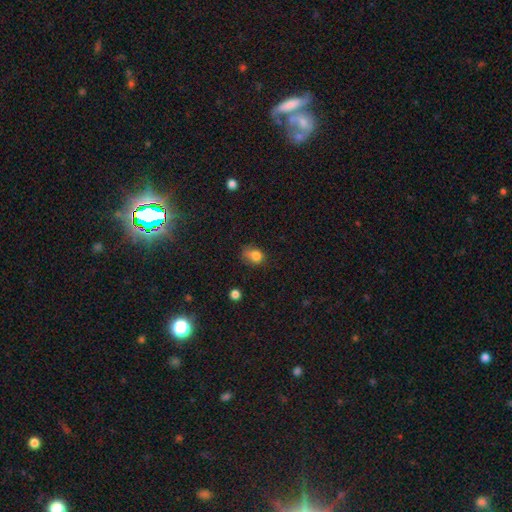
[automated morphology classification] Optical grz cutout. It shows a smooth galaxy with no disk features (80%) that is in between round and cigar-shaped (54%). Merging: none (43%).